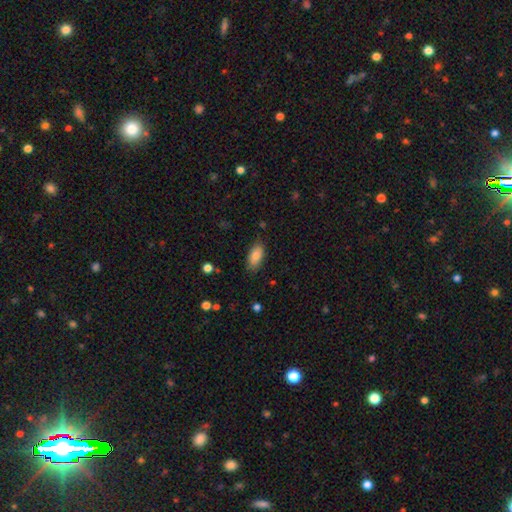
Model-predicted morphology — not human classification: This appears to be a smooth galaxy with no disk features (86%) that is in between round and cigar-shaped (90%). Merging: none (83%).